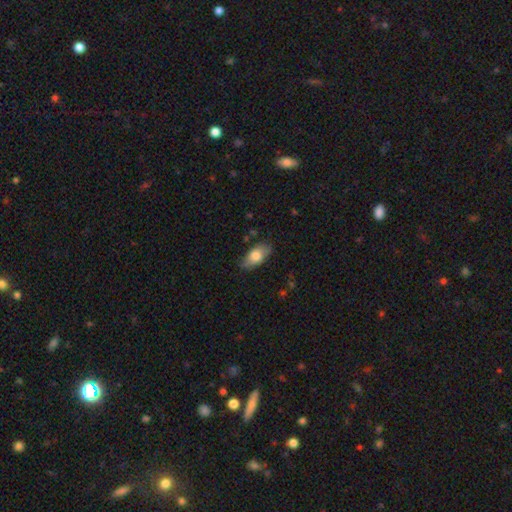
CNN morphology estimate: This is likely a smooth galaxy (73%). How rounded: clearly in between (89%). Merging: likely none (75%).